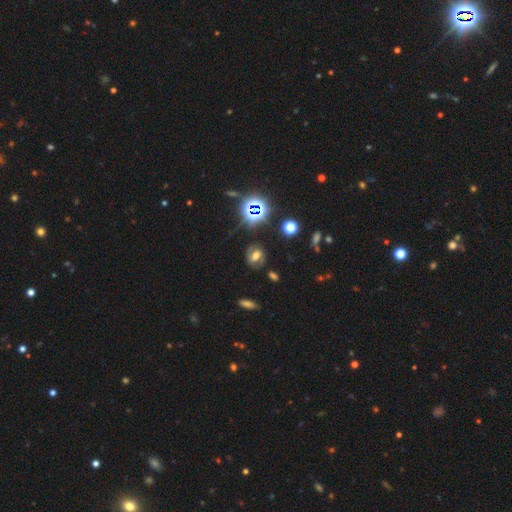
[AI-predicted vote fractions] A featured or disk galaxy (37%).

Vote fractions:
- Smooth or featured? featured or disk: 37% / smooth: 34% / star or artifact: 29%
- Merging? none: 74% / minor disturbance: 15% / major disturbance: 7% / merger: 4%